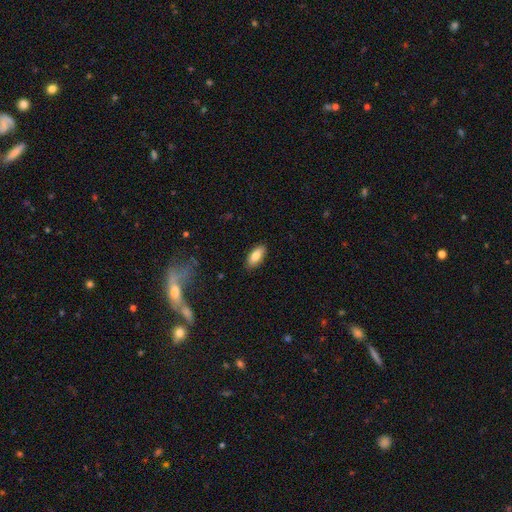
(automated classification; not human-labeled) Smooth or featured? smooth (80%)
How rounded? in between (85%)
Merging? none (87%)